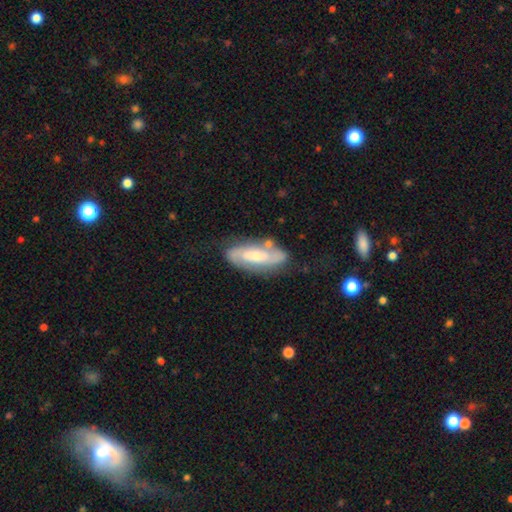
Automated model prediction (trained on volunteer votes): Overall: featured or disk (67%). Edge-on disk: no (88%). Bar: weak (37%; no 33%). Spiral arms: yes (88%). Spiral arm count: 2 (81%). Spiral winding: medium (44%; tight 31%). Bulge size: moderate (41%; small 33%). Merging: none (67%).